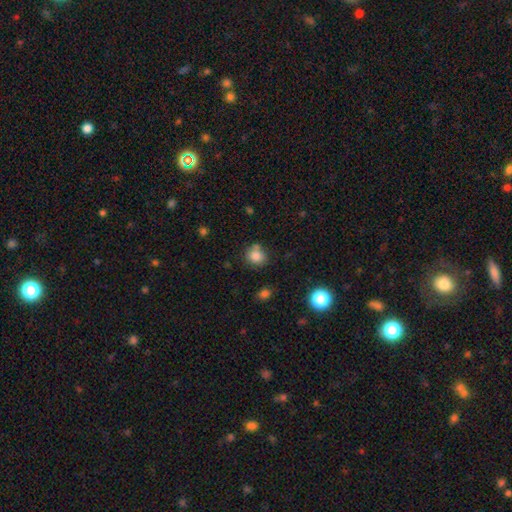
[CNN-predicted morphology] smooth_or_featured: smooth (p=0.82) [alt: star or artifact p=0.11]
how_rounded: round (p=0.79) [alt: in between p=0.20]
merging: none (p=0.67) [alt: minor disturbance p=0.16]